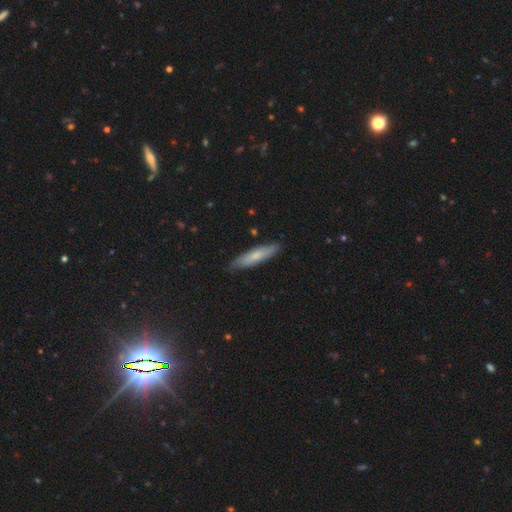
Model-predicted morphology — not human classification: Q: Smooth or featured?
A: smooth (69%); runner-up: featured or disk (26%)
Q: How rounded?
A: cigar-shaped (79%); runner-up: in between (20%)
Q: Merging?
A: none (85%); runner-up: minor disturbance (12%)